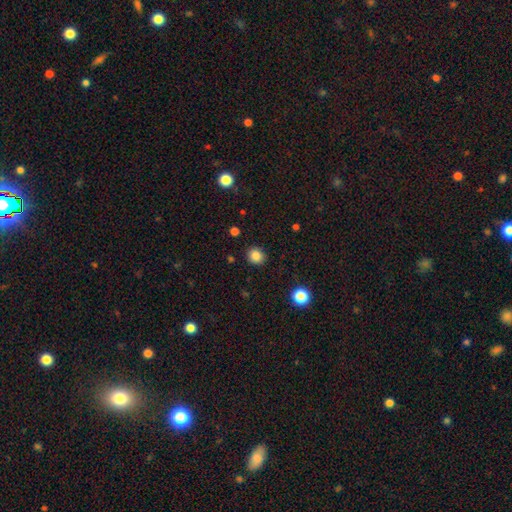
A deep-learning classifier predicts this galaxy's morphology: Overall: smooth (84%). How rounded: round (84%). Merging: none (90%).